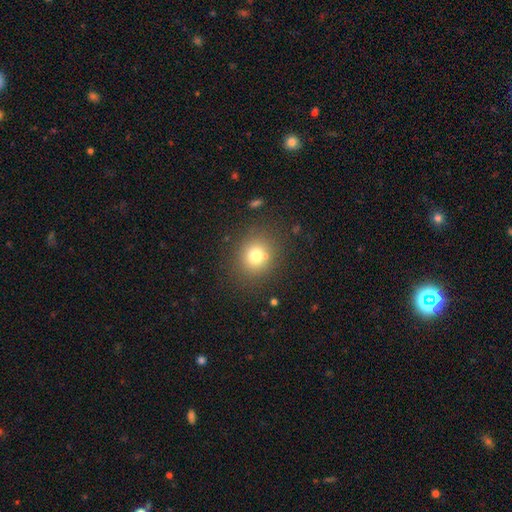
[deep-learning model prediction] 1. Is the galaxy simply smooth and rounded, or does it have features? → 73% smooth, 16% star or artifact, 12% featured or disk.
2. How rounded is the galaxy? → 82% round, 17% in between, 1% cigar-shaped.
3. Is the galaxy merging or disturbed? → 79% none, 10% minor disturbance, 7% merger, 5% major disturbance.